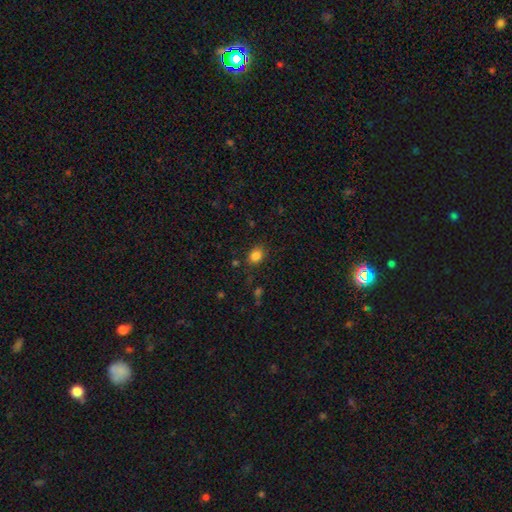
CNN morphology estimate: The model was most divided on "how rounded": in between: 58%, round: 41%, cigar-shaped: 1%. More confident: smooth or featured — smooth (84%); merging — none (82%).